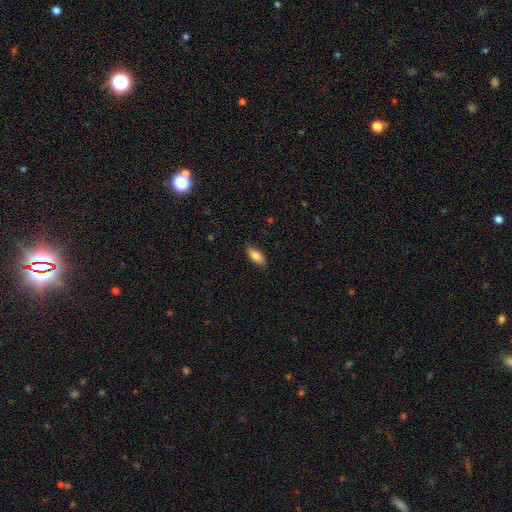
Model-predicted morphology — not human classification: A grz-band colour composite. It shows a smooth galaxy with no disk features (83%) that is in between round and cigar-shaped (83%). Merging: none (86%).